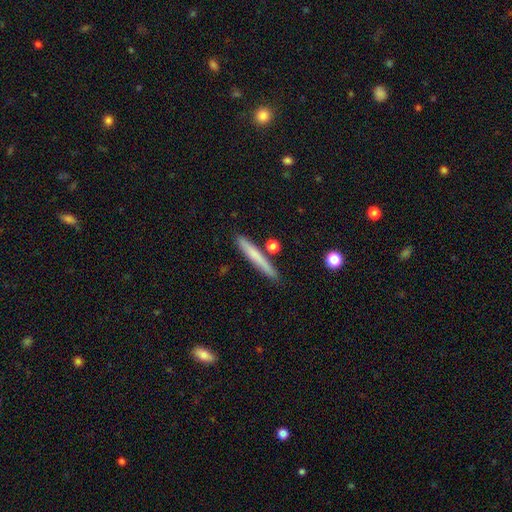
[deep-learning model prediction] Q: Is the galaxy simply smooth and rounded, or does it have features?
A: smooth — 67%.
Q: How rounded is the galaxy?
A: cigar-shaped — 95%.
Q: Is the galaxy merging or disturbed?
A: none — 85%.